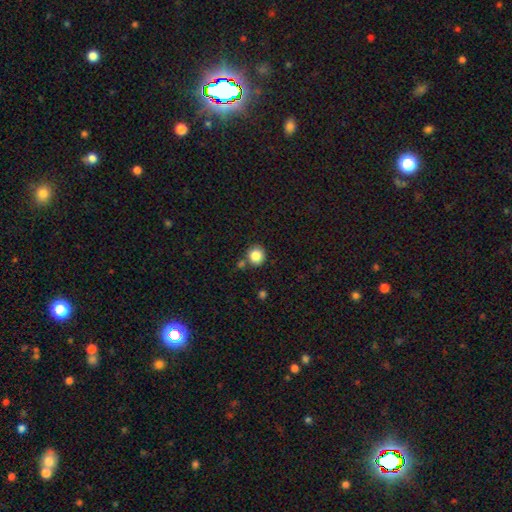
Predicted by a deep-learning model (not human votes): This appears to be a smooth galaxy with no disk features (86%) that is round (90%). Merging: none (77%).